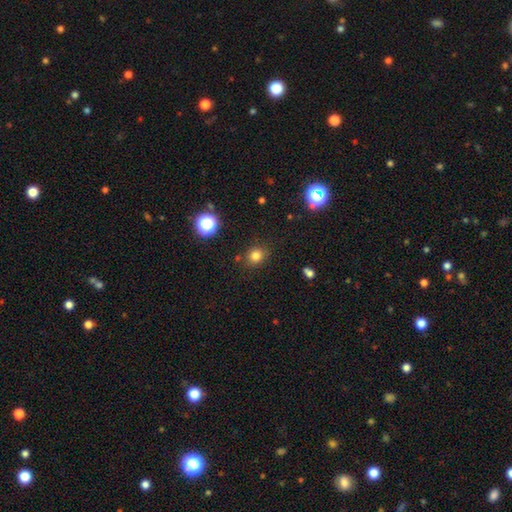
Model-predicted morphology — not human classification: Smooth or featured: smooth — 79% (star or artifact — 15%)
How rounded: round — 78% (in between — 21%)
Merging: none — 85% (minor disturbance — 10%)